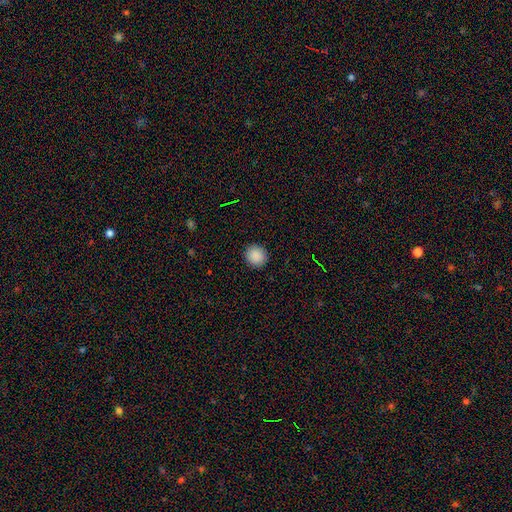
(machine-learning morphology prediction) Smooth or featured? Predicted: smooth (p=0.89). How rounded? Predicted: round (p=0.90). Merging? Predicted: none (p=0.92).